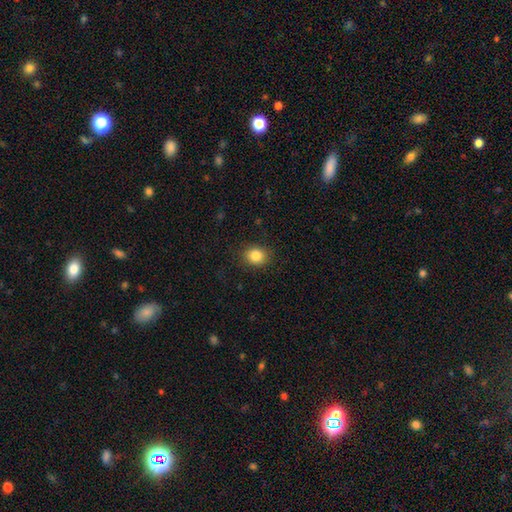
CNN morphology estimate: smooth_or_featured: smooth (p=0.85) [alt: star or artifact p=0.10]
how_rounded: round (p=0.65) [alt: in between p=0.35]
merging: none (p=0.88) [alt: minor disturbance p=0.09]